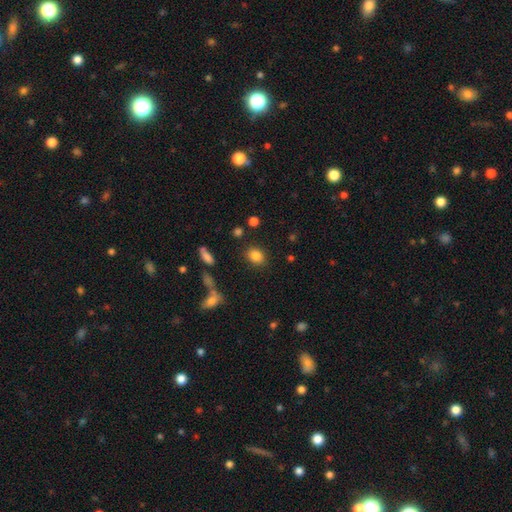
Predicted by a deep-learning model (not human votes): A smooth galaxy with no disk features (84%) that is in between round and cigar-shaped (56%). Merging: none (85%).